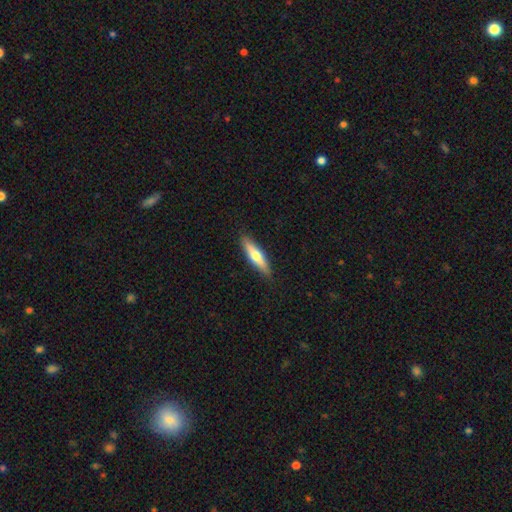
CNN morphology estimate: Smooth or featured? smooth (57%)
How rounded? cigar-shaped (76%)
Merging? none (88%)